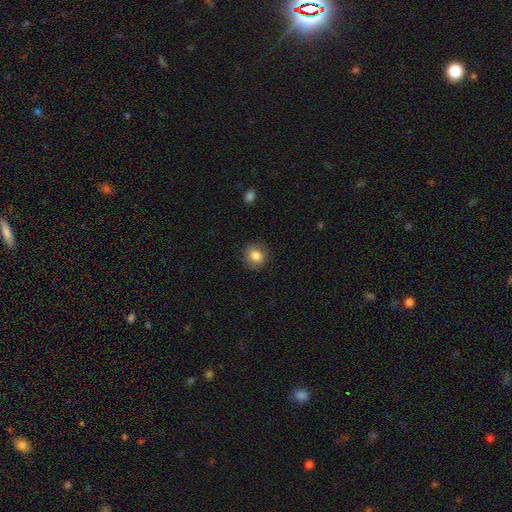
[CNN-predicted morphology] smooth-or-featured: smooth: 84% | star or artifact: 9% | featured or disk: 8%
  how-rounded: round: 77% | in between: 22% | cigar-shaped: 1%
  merging: none: 84% | minor disturbance: 12% | major disturbance: 3% | merger: 1%